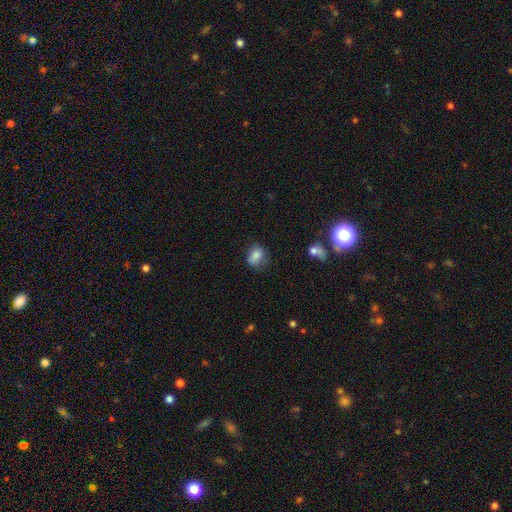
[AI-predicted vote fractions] Q: Smooth or featured?
A: smooth (79%); runner-up: featured or disk (11%)
Q: How rounded?
A: in between (69%); runner-up: round (28%)
Q: Merging?
A: none (61%); runner-up: minor disturbance (26%)